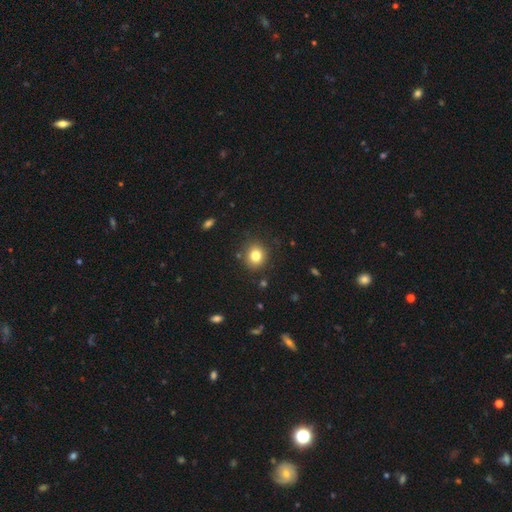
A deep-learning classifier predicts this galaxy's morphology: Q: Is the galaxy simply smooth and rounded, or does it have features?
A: smooth — 80%.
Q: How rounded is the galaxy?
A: round — 81%.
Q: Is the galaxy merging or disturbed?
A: none — 87%.